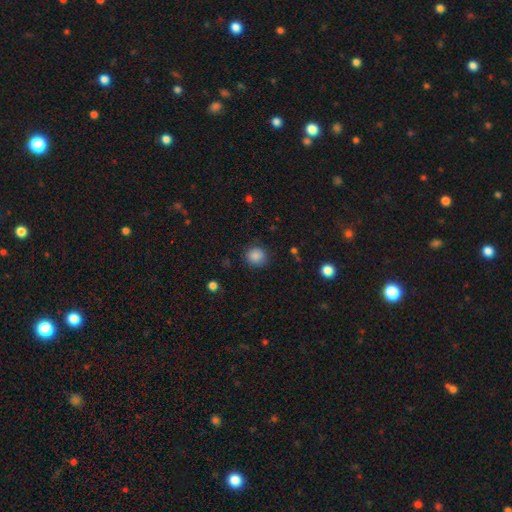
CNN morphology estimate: smooth-or-featured: smooth: 86% | star or artifact: 10% | featured or disk: 4%
  how-rounded: round: 86% | in between: 13% | cigar-shaped: 1%
  merging: none: 83% | minor disturbance: 12% | major disturbance: 4% | merger: 1%